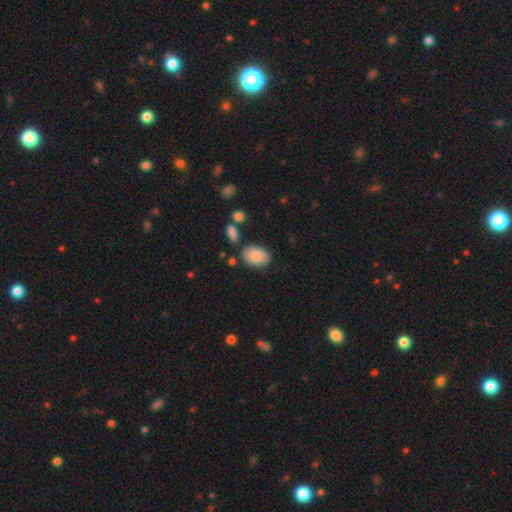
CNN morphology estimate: smooth 88%, star or artifact 7%, featured or disk 5%. Down the decision tree: how rounded — in between (88%); merging — none (76%).